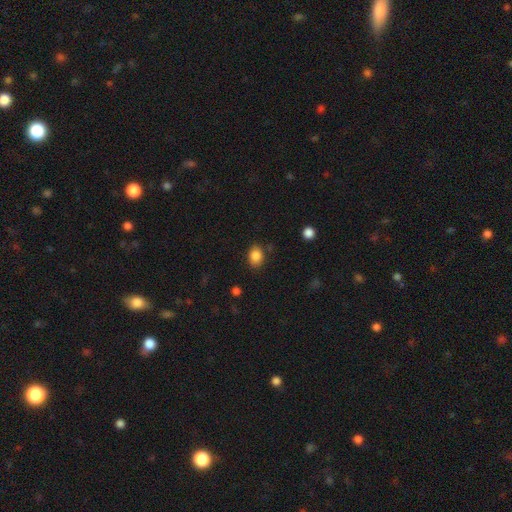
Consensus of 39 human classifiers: Smooth or featured: smooth — 90% (star or artifact — 8%)
How rounded: round — 60% (in between — 40%)
Merging: none — 83% (minor disturbance — 8%)